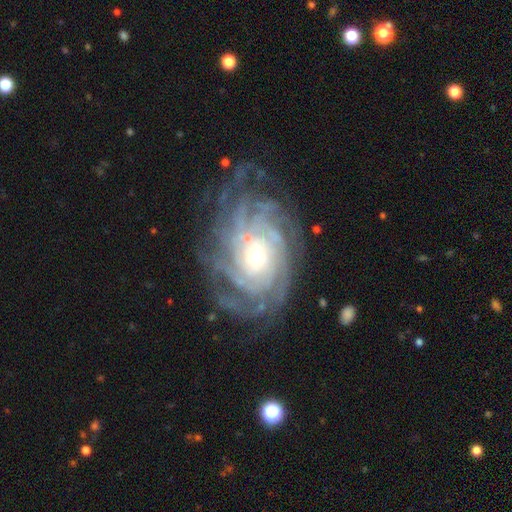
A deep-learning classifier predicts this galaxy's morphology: Q: Smooth or featured?
A: featured or disk (89%); runner-up: star or artifact (6%)
Q: Edge-on disk?
A: no (97%); runner-up: yes (3%)
Q: Bar?
A: no (72%); runner-up: weak (21%)
Q: Spiral arms?
A: yes (97%); runner-up: no (3%)
Q: Spiral winding?
A: tight (77%); runner-up: medium (19%)
Q: Spiral arm count?
A: more than 4 (35%); runner-up: can't tell (23%)
Q: Bulge size?
A: small (57%); runner-up: moderate (36%)
Q: Merging?
A: none (74%); runner-up: minor disturbance (16%)